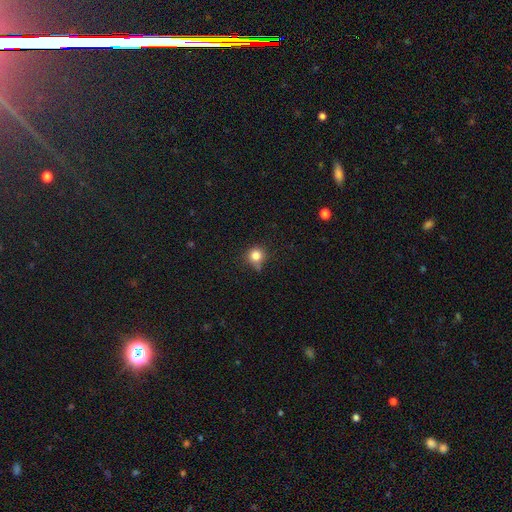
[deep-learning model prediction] Smooth or featured? smooth (81%)
How rounded? round (87%)
Merging? none (63%)